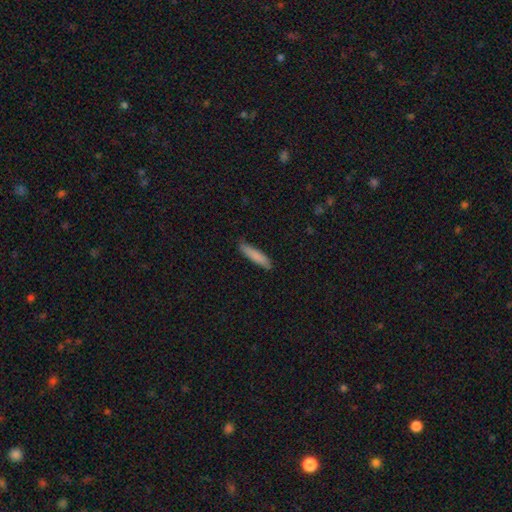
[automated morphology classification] smooth_or_featured: smooth (p=0.84) [alt: featured or disk p=0.11]
how_rounded: cigar-shaped (p=0.85) [alt: in between p=0.14]
merging: none (p=0.83) [alt: minor disturbance p=0.14]